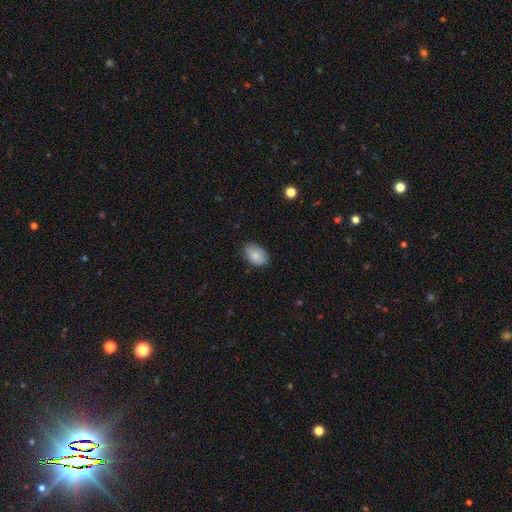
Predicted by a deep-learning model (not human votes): Q: Smooth or featured?
A: smooth (86%); runner-up: star or artifact (7%)
Q: How rounded?
A: in between (89%); runner-up: round (9%)
Q: Merging?
A: none (79%); runner-up: minor disturbance (17%)